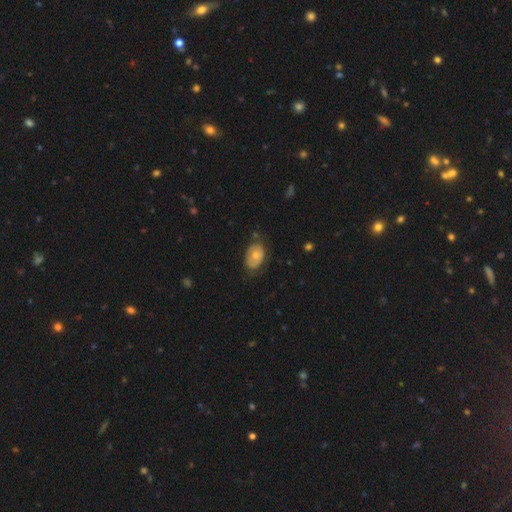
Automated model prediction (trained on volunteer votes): Overall: smooth (58%; featured or disk 35%). How rounded: in between (81%). Merging: none (62%; minor disturbance 28%).